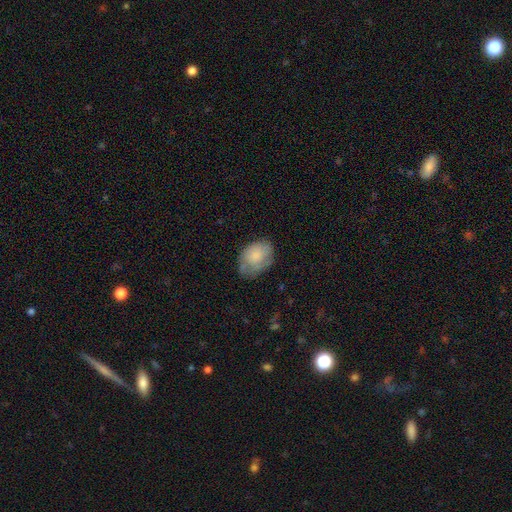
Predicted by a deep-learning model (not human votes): smooth_or_featured: smooth (p=0.76) [alt: featured or disk p=0.17]
how_rounded: in between (p=0.81) [alt: round p=0.18]
merging: none (p=0.56) [alt: minor disturbance p=0.32]